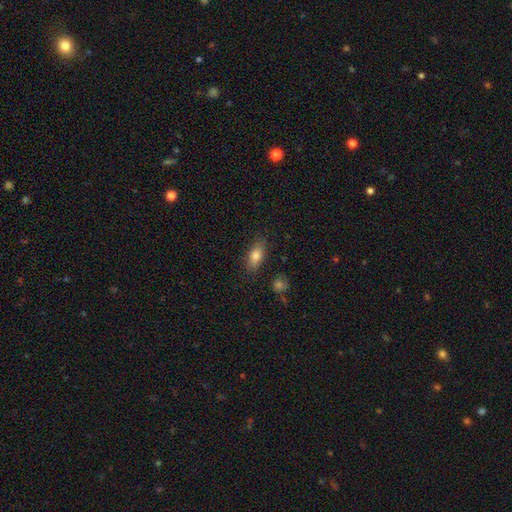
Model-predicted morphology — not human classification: smooth 77%, featured or disk 15%, star or artifact 8%. Down the decision tree: how rounded — in between (78%); merging — none (83%).